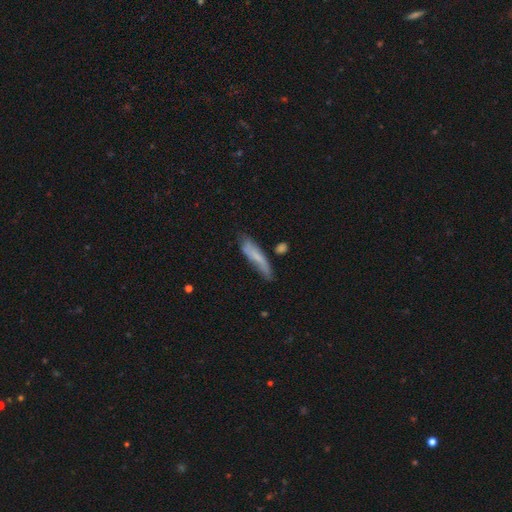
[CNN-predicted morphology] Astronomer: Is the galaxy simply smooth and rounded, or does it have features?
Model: smooth — 60%.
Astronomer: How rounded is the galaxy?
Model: cigar-shaped — 79%.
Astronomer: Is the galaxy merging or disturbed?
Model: none — 52% (runner-up: minor disturbance, 31%).